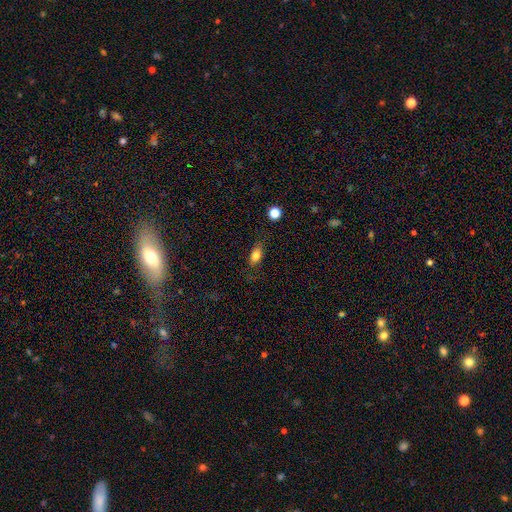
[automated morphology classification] Smooth or featured? Predicted: smooth (p=0.80). How rounded? Predicted: in between (p=0.80). Merging? Predicted: none (p=0.76).